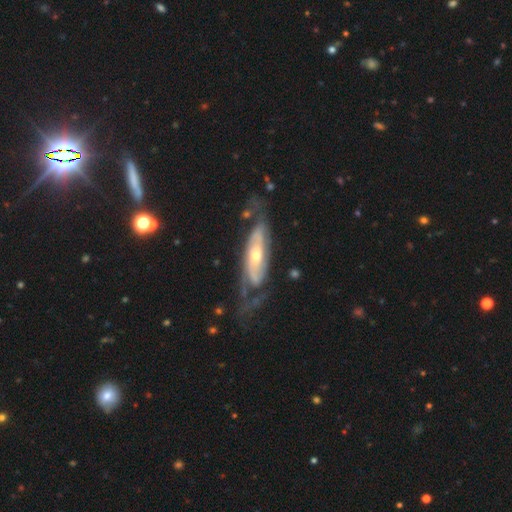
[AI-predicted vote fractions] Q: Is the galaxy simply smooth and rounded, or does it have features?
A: featured or disk — 78%.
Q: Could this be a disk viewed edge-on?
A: no — 79%.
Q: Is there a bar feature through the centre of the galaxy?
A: no — 61%.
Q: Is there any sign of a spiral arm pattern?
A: yes — 80%.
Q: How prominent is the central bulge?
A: moderate — 54%.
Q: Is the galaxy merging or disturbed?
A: none — 54%.